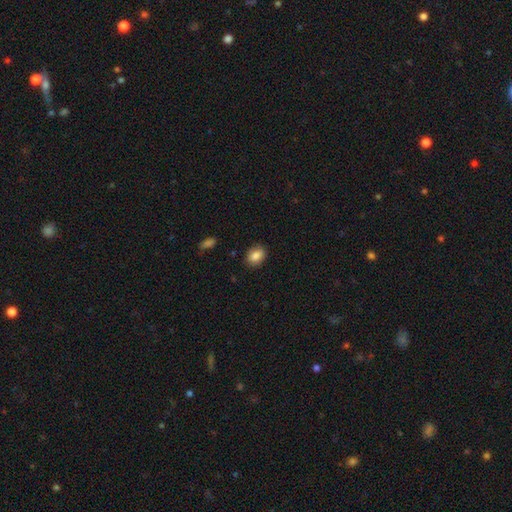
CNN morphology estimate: A smooth galaxy with no disk features (85%) that is in between round and cigar-shaped (69%).

Vote fractions:
- Smooth or featured? smooth: 85% / star or artifact: 8% / featured or disk: 7%
- How rounded? in between: 69% / round: 29% / cigar-shaped: 1%
- Merging? none: 86% / minor disturbance: 10% / major disturbance: 2% / merger: 1%